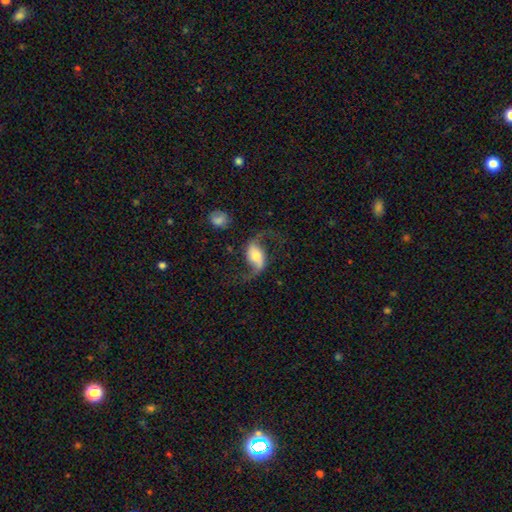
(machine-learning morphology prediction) This is clearly a featured or disk galaxy (83%). It is clearly not viewed edge-on (96%). Bar: marginally no (37%). Spiral arm pattern: clearly yes (95%). Spiral arm count: clearly 2 (93%). Spiral winding: clearly loose (86%). Central bulge: possibly moderate (59%). Merging: likely none (69%).